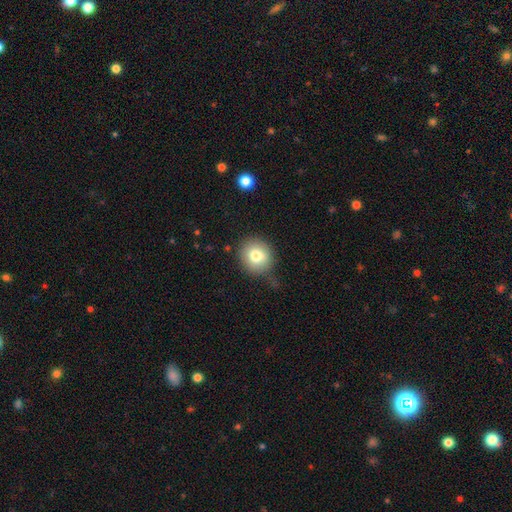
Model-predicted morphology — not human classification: A smooth galaxy with no disk features (78%) that is round (88%). Merging: none (80%).